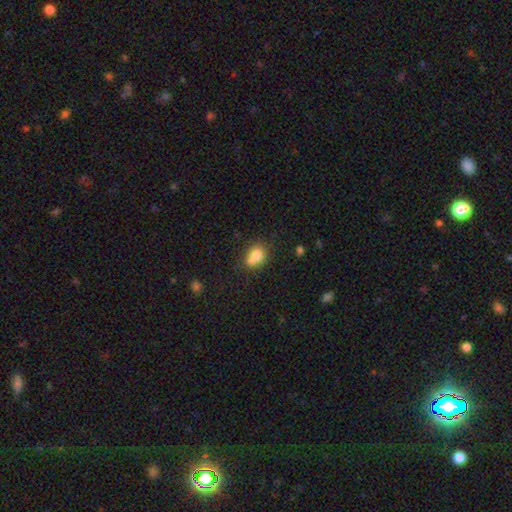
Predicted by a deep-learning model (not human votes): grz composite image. It shows a smooth galaxy with no disk features (77%) that is round (54%). Merging: none (43%).